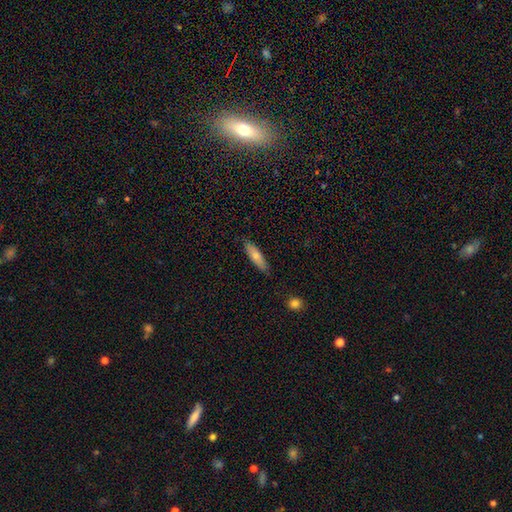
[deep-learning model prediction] This appears to be a smooth galaxy with no disk features (71%) that is cigar-shaped (63%). Merging: none (85%).